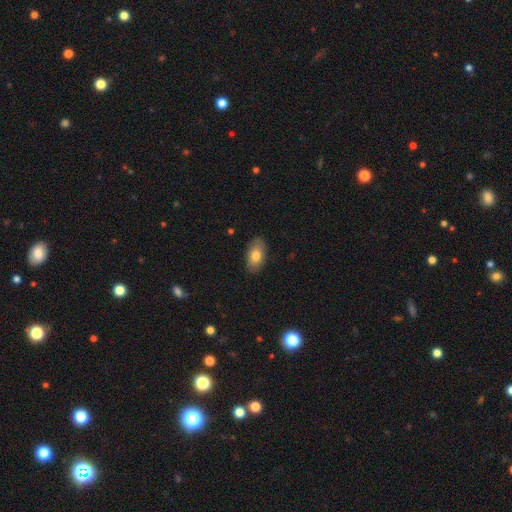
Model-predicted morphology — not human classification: A smooth galaxy with no disk features (78%) that is in between round and cigar-shaped (93%). Merging: none (86%).